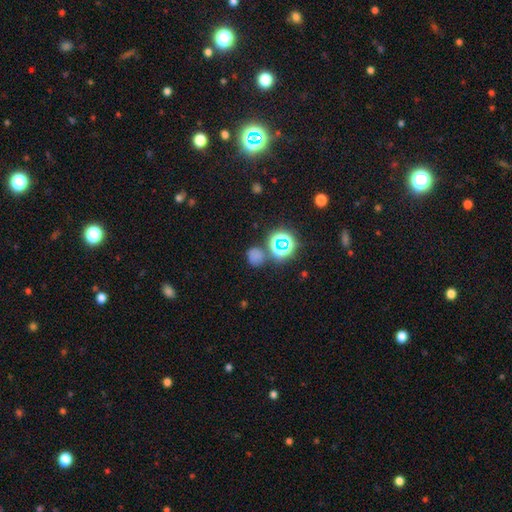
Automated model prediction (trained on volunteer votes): smooth-or-featured: smooth: 62% | star or artifact: 32% | featured or disk: 6%
  how-rounded: round: 81% | in between: 18% | cigar-shaped: 1%
  merging: none: 70% | minor disturbance: 13% | merger: 12% | major disturbance: 5%